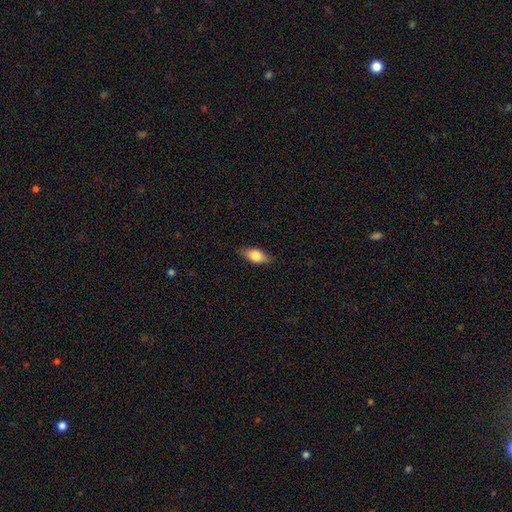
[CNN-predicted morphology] smooth-or-featured: smooth: 77% | featured or disk: 17% | star or artifact: 7%
  how-rounded: in between: 84% | cigar-shaped: 12% | round: 4%
  merging: none: 82% | minor disturbance: 14% | major disturbance: 3% | merger: 1%